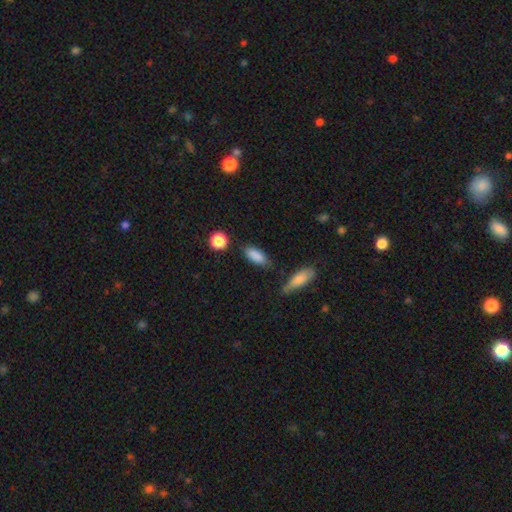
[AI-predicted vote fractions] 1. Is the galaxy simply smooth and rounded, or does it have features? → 87% smooth, 8% star or artifact, 6% featured or disk.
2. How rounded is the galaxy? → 79% in between, 17% cigar-shaped, 4% round.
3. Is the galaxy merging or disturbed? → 77% none, 15% minor disturbance, 4% merger, 4% major disturbance.